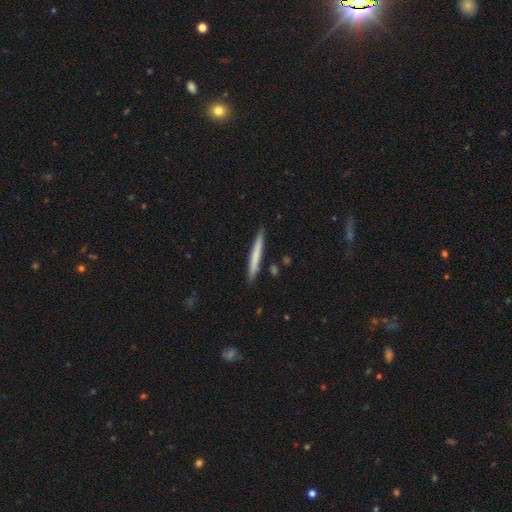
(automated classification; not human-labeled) This is likely a smooth galaxy (67%). How rounded: clearly cigar-shaped (97%). Merging: clearly none (90%).